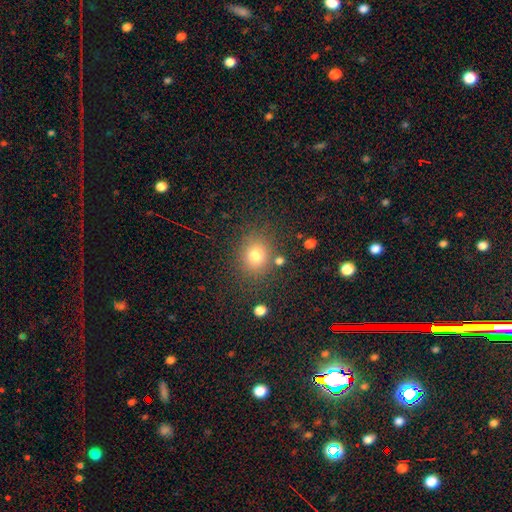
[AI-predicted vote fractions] A smooth galaxy with no disk features (77%) that is round (75%). Merging: none (80%).